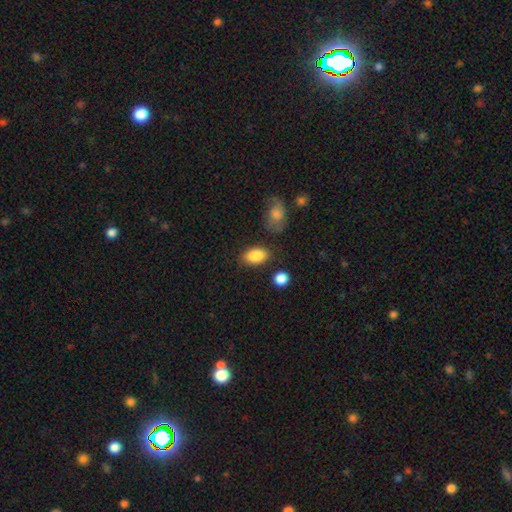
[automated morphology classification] A smooth galaxy with no disk features (87%) that is in between round and cigar-shaped (90%).

Vote fractions:
- Smooth or featured? smooth: 87% / star or artifact: 7% / featured or disk: 6%
- How rounded? in between: 90% / round: 9% / cigar-shaped: 2%
- Merging? none: 79% / minor disturbance: 13% / merger: 4% / major disturbance: 4%